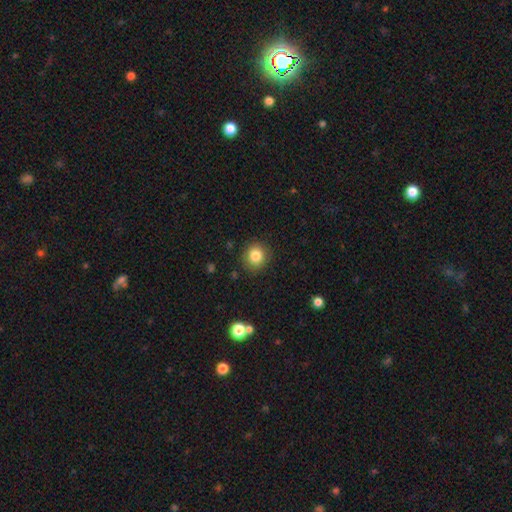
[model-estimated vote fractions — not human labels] Morphology: type=smooth (84%); roundness=round (86%); merging=none (88%).